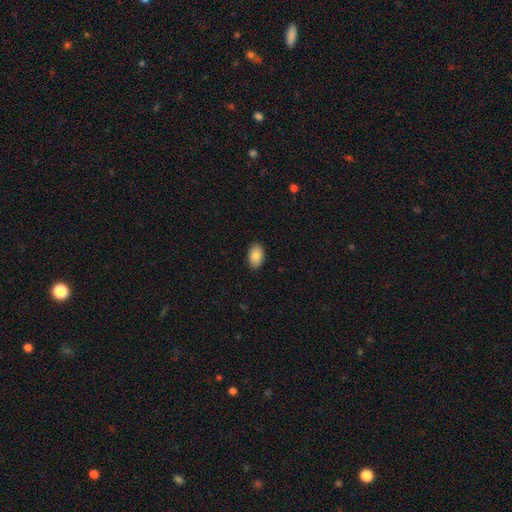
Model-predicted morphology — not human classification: A smooth galaxy with no disk features (87%) that is in between round and cigar-shaped (93%). Merging: none (90%).